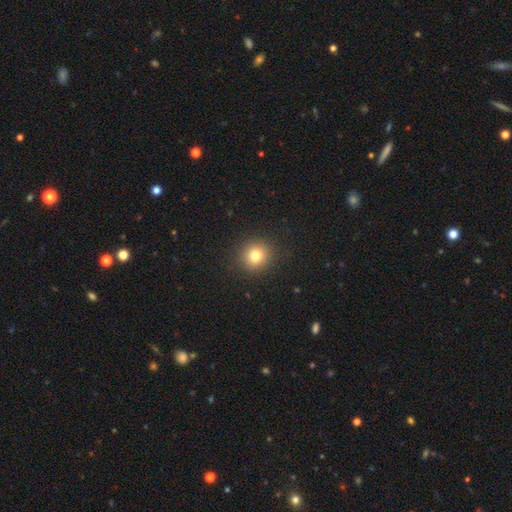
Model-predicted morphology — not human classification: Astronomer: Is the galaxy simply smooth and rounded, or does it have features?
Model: smooth — 78%.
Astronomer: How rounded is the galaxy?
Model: round — 90%.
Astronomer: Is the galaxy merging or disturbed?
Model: none — 91%.